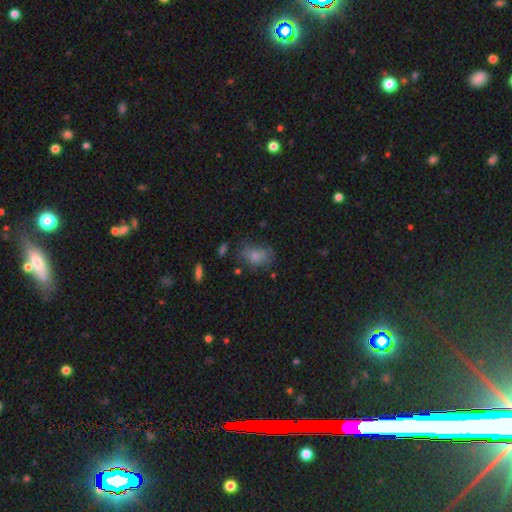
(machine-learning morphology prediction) smooth-or-featured: smooth: 69% | featured or disk: 20% | star or artifact: 11%
  how-rounded: in between: 74% | round: 25% | cigar-shaped: 2%
  merging: none: 56% | minor disturbance: 26% | major disturbance: 15% | merger: 3%